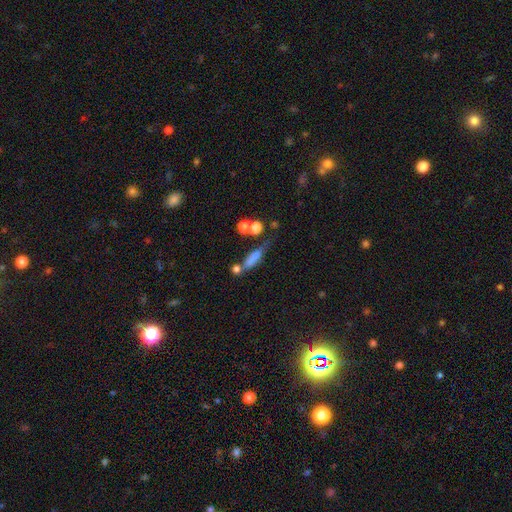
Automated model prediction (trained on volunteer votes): The model was most divided on "merging": none: 44%, merger: 21%, minor disturbance: 19%, major disturbance: 15%. More confident: smooth or featured — smooth (60%); how rounded — cigar-shaped (59%).